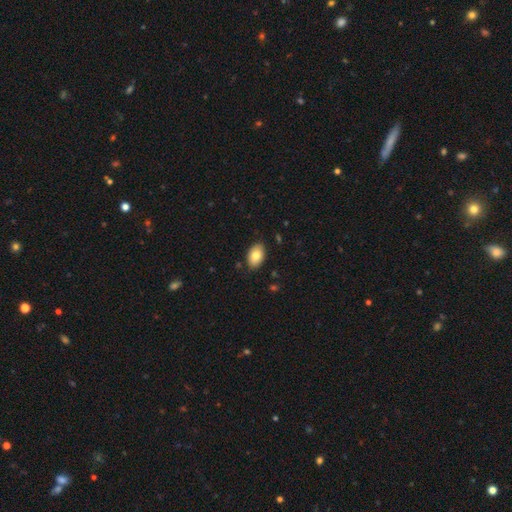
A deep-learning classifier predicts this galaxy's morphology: Overall: smooth (80%). How rounded: in between (89%). Merging: none (86%).